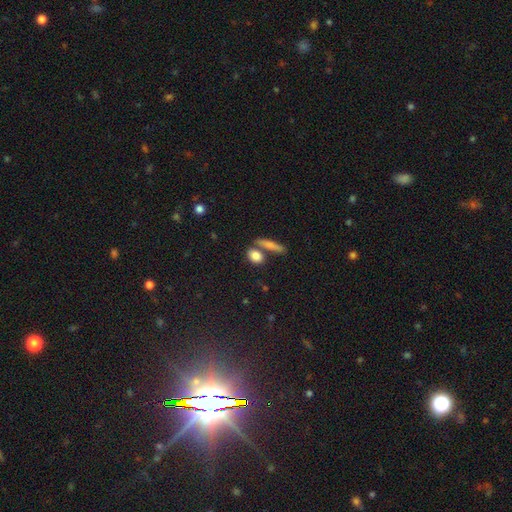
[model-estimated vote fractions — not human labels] Q: Smooth or featured?
A: smooth (83%); runner-up: featured or disk (9%)
Q: How rounded?
A: in between (60%); runner-up: round (25%)
Q: Merging?
A: none (61%); runner-up: merger (23%)